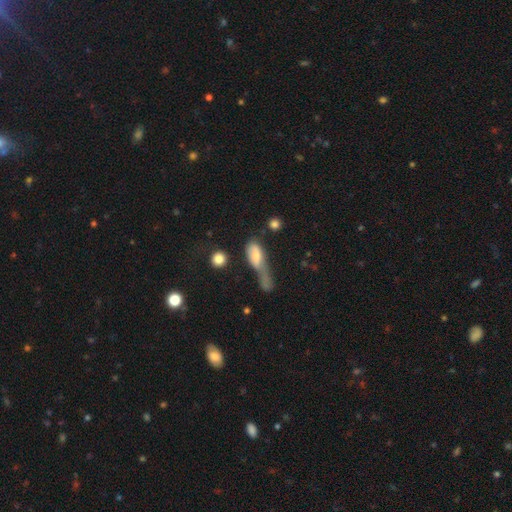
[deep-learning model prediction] A smooth galaxy with no disk features (65%) that is in between round and cigar-shaped (73%). Merging: major disturbance (37%).